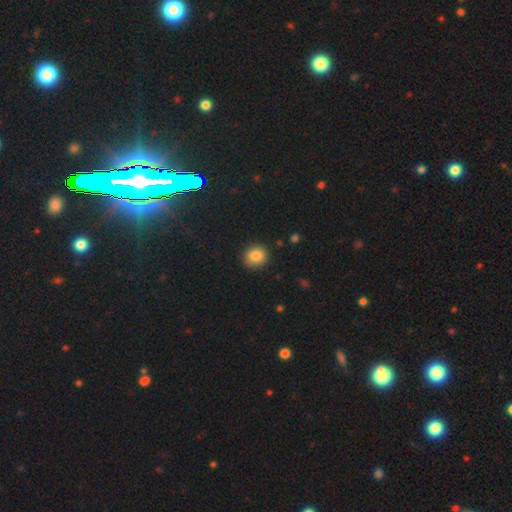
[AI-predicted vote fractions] The model was most divided on "how rounded": round: 84%, in between: 15%, cigar-shaped: 1%. More confident: merging — none (89%); smooth or featured — smooth (84%).